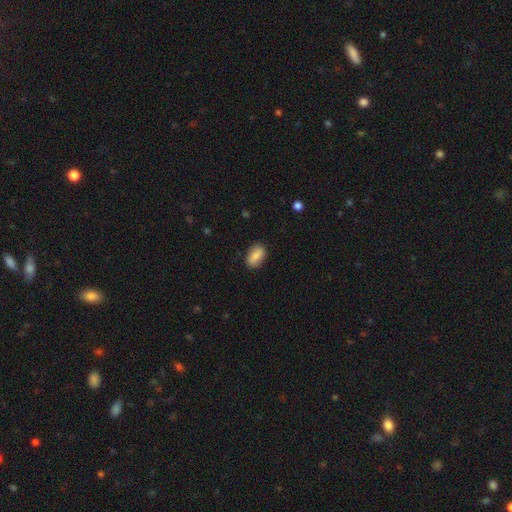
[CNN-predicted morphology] smooth-or-featured: smooth: 83% | featured or disk: 10% | star or artifact: 7%
  how-rounded: in between: 90% | round: 7% | cigar-shaped: 3%
  merging: none: 86% | minor disturbance: 11% | major disturbance: 2% | merger: 1%